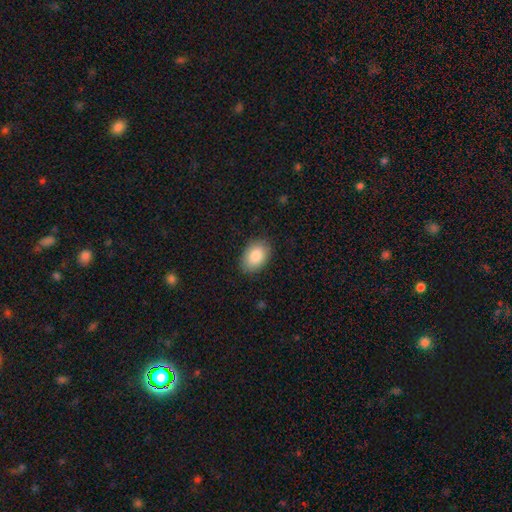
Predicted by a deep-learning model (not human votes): Morphology: type=smooth (87%); roundness=in between (86%); merging=none (85%).